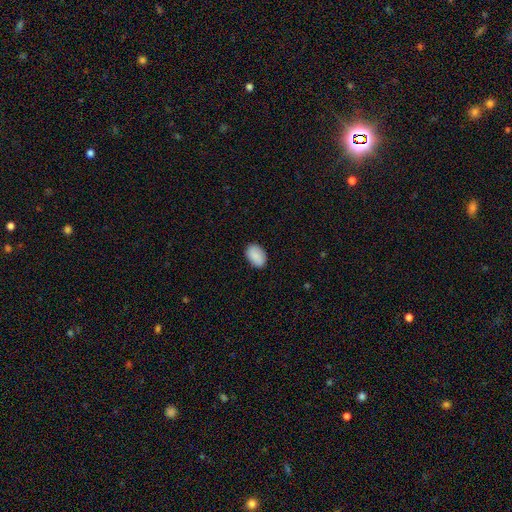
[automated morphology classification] type=smooth (90%); roundness=in between (89%); merging=none (87%).